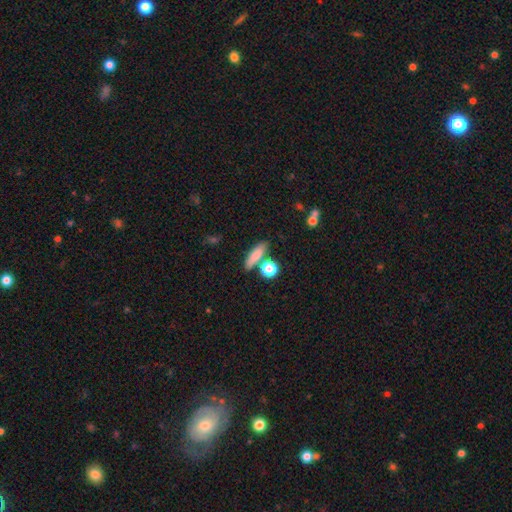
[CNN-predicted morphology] Overall: smooth (76%). How rounded: cigar-shaped (52%; in between 37%). Merging: none (71%).